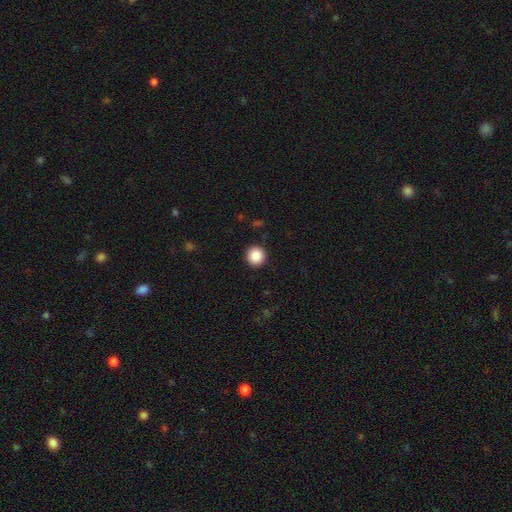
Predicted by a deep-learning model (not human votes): Smooth or featured?
  - smooth: 88% *
  - star or artifact: 9%
  - featured or disk: 3%
How rounded?
  - round: 95% *
  - in between: 4%
  - cigar-shaped: 1%
Merging?
  - none: 92% *
  - minor disturbance: 5%
  - major disturbance: 2%
  - merger: 1%